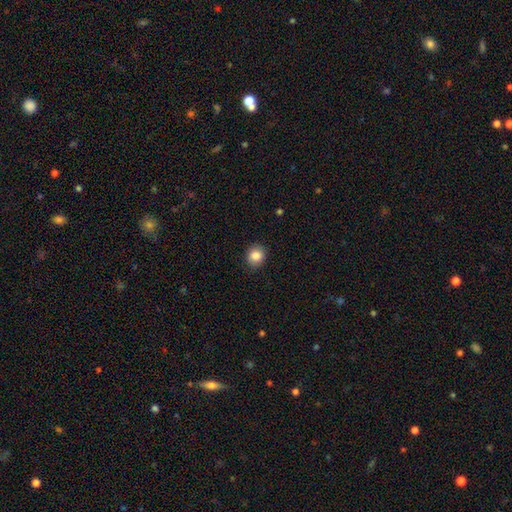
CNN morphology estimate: The model was most divided on "how rounded": round: 76%, in between: 23%, cigar-shaped: 1%. More confident: merging — none (88%); smooth or featured — smooth (86%).